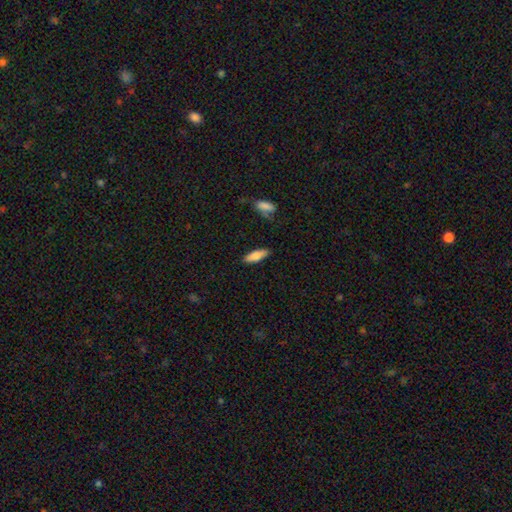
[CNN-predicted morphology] The model was most divided on "how rounded": in between: 56%, cigar-shaped: 42%, round: 2%. More confident: merging — none (84%); smooth or featured — smooth (76%).